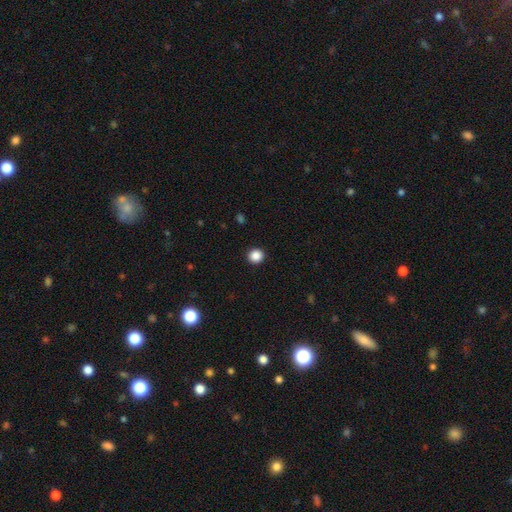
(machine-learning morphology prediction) Smooth or featured: smooth — 87% (star or artifact — 10%)
How rounded: round — 91% (in between — 8%)
Merging: none — 93% (minor disturbance — 5%)